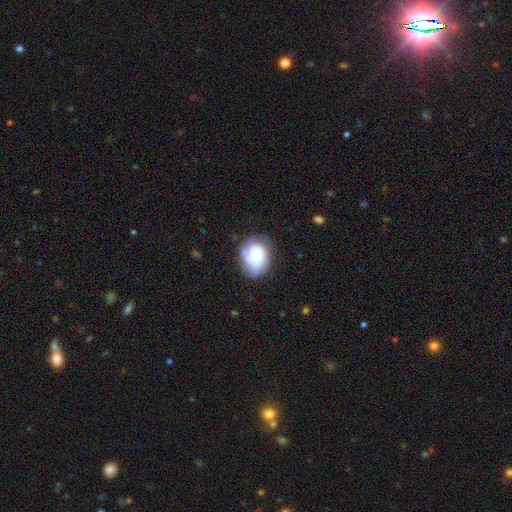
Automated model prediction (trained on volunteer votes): This appears to be a featured or disk galaxy (52%) with no bar (79%), spiral arms (78%) and a small central bulge (40%). Merging: none (62%).